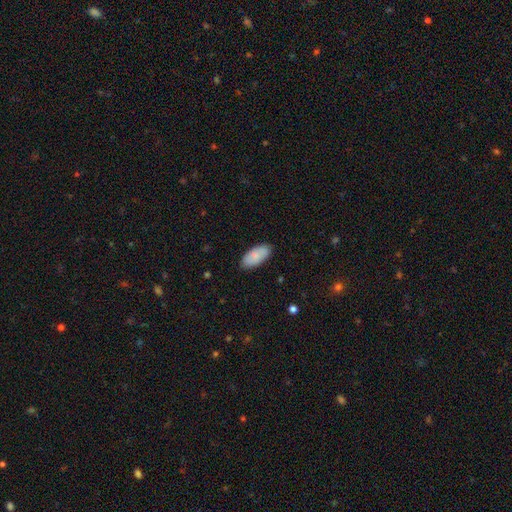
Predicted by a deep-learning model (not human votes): Q: Smooth or featured?
A: smooth (84%); runner-up: featured or disk (11%)
Q: How rounded?
A: in between (92%); runner-up: cigar-shaped (6%)
Q: Merging?
A: none (86%); runner-up: minor disturbance (11%)